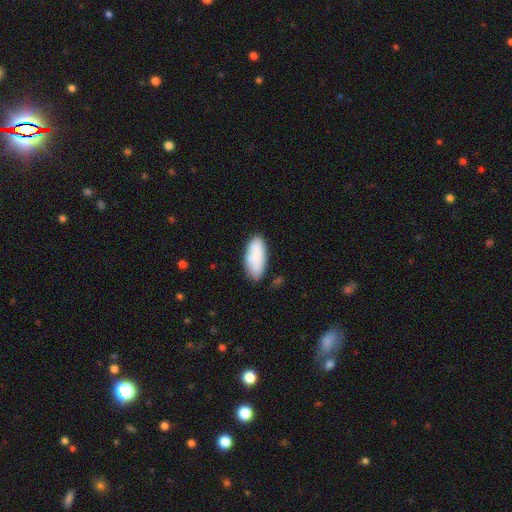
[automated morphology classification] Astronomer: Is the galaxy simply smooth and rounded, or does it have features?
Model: smooth — 79%.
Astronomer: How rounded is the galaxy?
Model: in between — 89%.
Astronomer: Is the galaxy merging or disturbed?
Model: none — 71%.